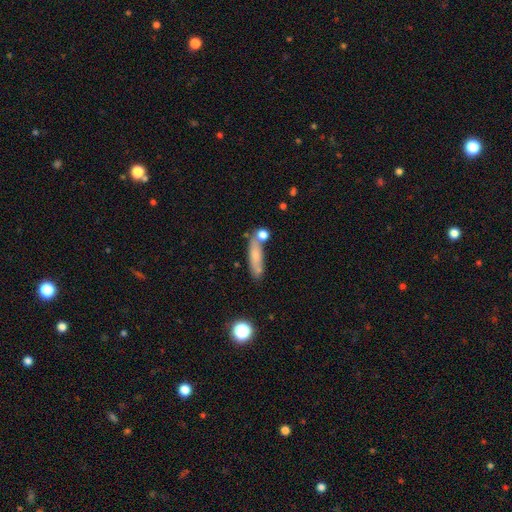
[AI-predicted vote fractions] This is likely a smooth galaxy (67%). How rounded: likely cigar-shaped (70%). Merging: likely none (61%).